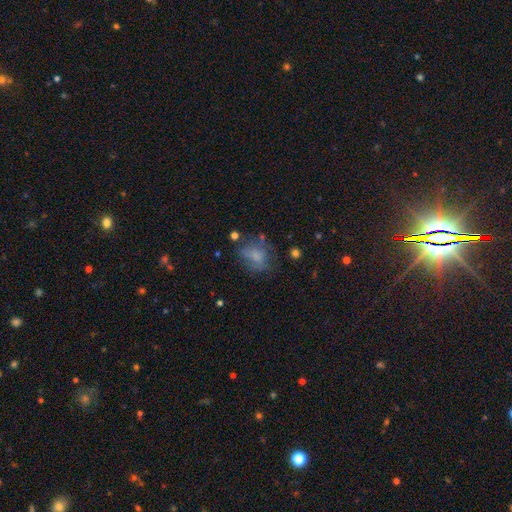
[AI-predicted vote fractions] smooth_or_featured: smooth (p=0.62) [alt: featured or disk p=0.24]
how_rounded: in between (p=0.56) [alt: round p=0.42]
merging: none (p=0.48) [alt: minor disturbance p=0.25]